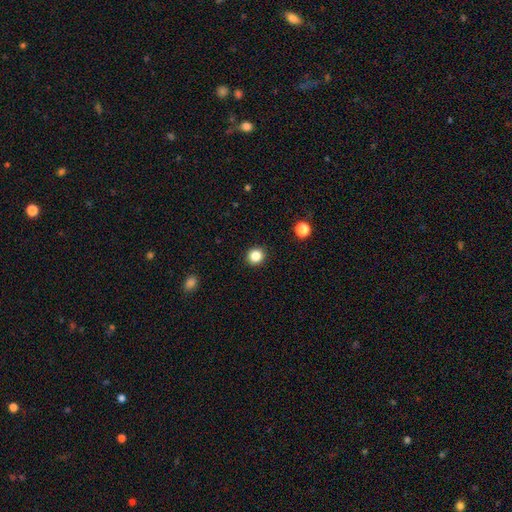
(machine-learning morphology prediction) A smooth galaxy with no disk features (85%) that is round (89%). Merging: none (92%).